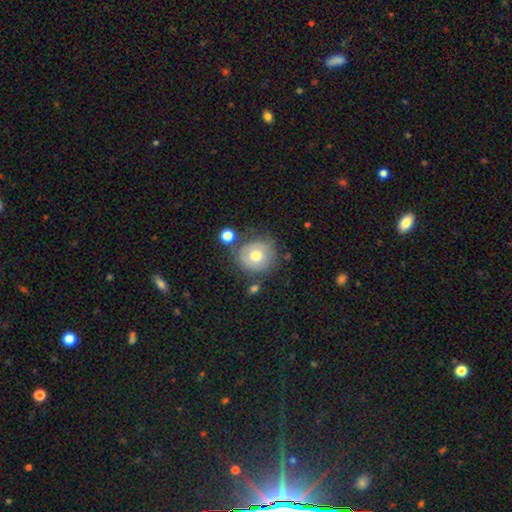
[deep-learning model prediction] The model was most divided on "smooth or featured": smooth: 57%, featured or disk: 35%, star or artifact: 8%. More confident: how rounded — round (86%); merging — none (66%).